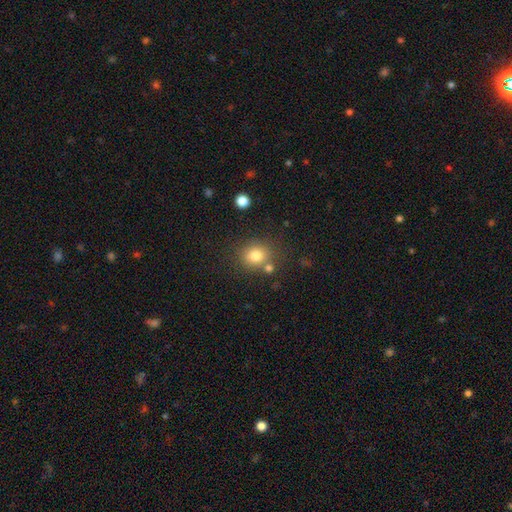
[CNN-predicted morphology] Smooth or featured?
  - smooth: 80% *
  - star or artifact: 12%
  - featured or disk: 8%
How rounded?
  - round: 79% *
  - in between: 20%
  - cigar-shaped: 1%
Merging?
  - none: 73% *
  - merger: 12%
  - minor disturbance: 11%
  - major disturbance: 4%